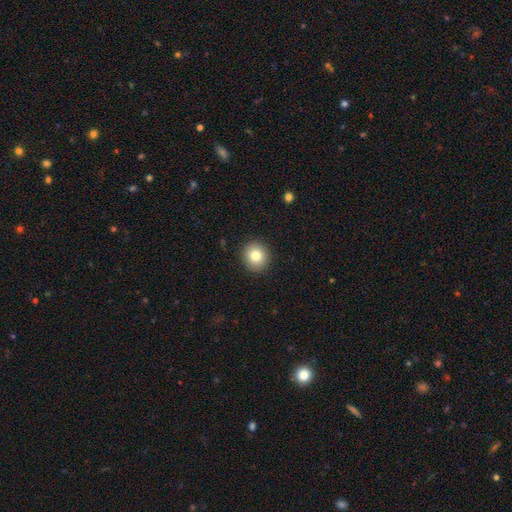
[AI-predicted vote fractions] Smooth or featured: smooth — 82% (star or artifact — 9%)
How rounded: round — 87% (in between — 12%)
Merging: none — 91% (minor disturbance — 6%)